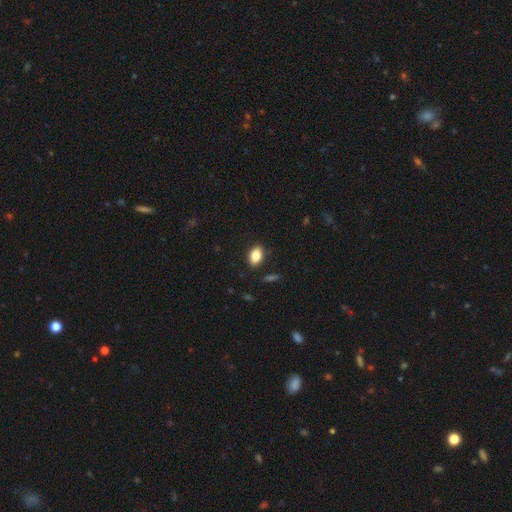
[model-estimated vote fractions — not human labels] A smooth galaxy with no disk features (86%) that is in between round and cigar-shaped (85%).

Vote fractions:
- Smooth or featured? smooth: 86% / star or artifact: 8% / featured or disk: 6%
- How rounded? in between: 85% / round: 13% / cigar-shaped: 2%
- Merging? none: 87% / minor disturbance: 10% / major disturbance: 2% / merger: 1%